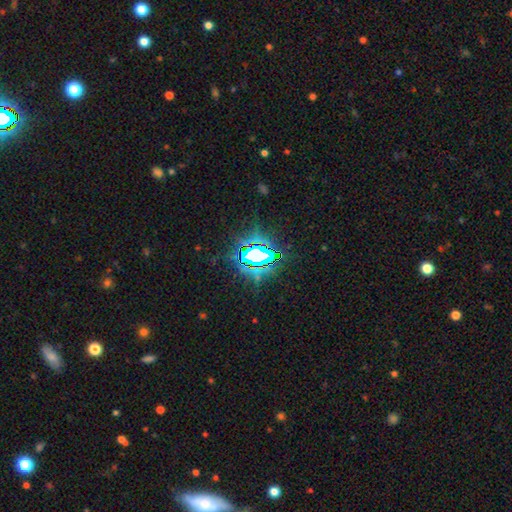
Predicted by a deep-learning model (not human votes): This appears to be a star or artifact, not a galaxy (75%).